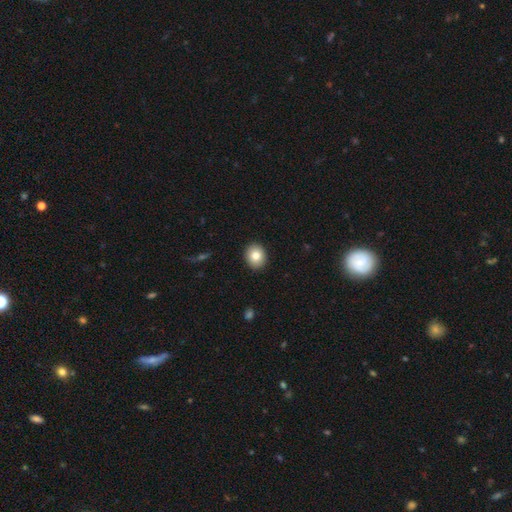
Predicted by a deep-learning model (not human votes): smooth_or_featured: smooth (p=0.82) [alt: featured or disk p=0.09]
how_rounded: round (p=0.63) [alt: in between p=0.36]
merging: none (p=0.91) [alt: minor disturbance p=0.06]